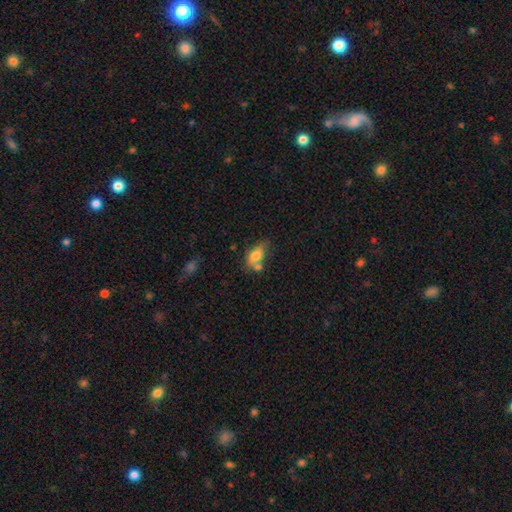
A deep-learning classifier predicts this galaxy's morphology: A smooth galaxy with no disk features (73%) that is in between round and cigar-shaped (83%).

Vote fractions:
- Smooth or featured? smooth: 73% / featured or disk: 19% / star or artifact: 8%
- How rounded? in between: 83% / round: 11% / cigar-shaped: 6%
- Merging? none: 41% / merger: 30% / minor disturbance: 21% / major disturbance: 9%